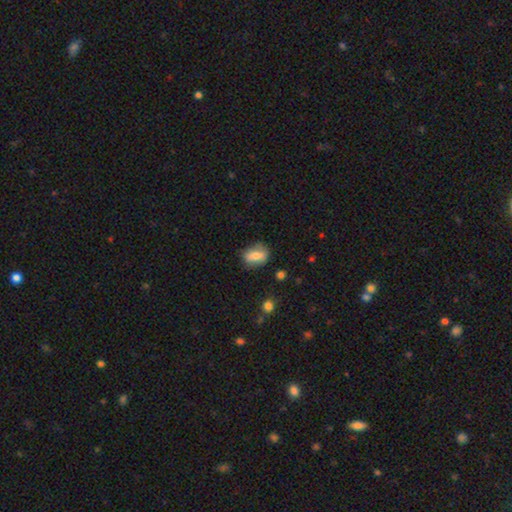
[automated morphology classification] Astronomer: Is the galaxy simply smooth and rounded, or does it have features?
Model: smooth — 68%.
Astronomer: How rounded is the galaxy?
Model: in between — 72%.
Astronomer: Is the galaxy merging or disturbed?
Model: none — 70%.